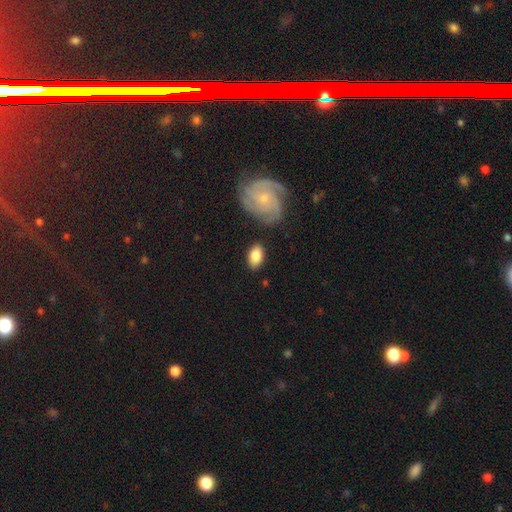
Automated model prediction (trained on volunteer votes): The model was most divided on "smooth or featured": smooth: 78%, featured or disk: 16%, star or artifact: 6%. More confident: how rounded — in between (89%); merging — none (79%).